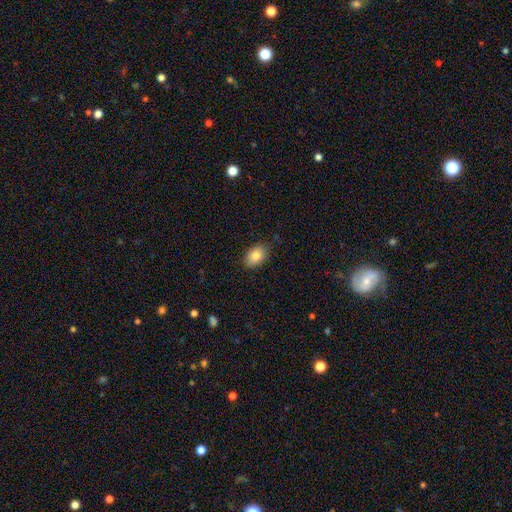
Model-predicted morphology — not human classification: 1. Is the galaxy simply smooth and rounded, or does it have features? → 84% smooth, 9% featured or disk, 8% star or artifact.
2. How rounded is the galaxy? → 83% in between, 15% round, 1% cigar-shaped.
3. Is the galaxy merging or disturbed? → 85% none, 12% minor disturbance, 2% major disturbance, 1% merger.